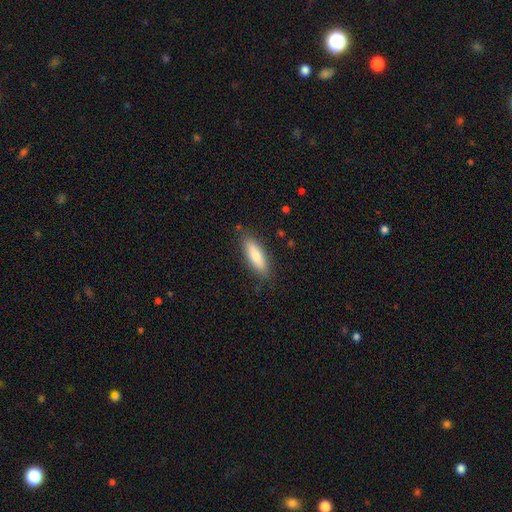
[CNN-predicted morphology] A smooth galaxy with no disk features (79%) that is in between round and cigar-shaped (50%).

Vote fractions:
- Smooth or featured? smooth: 79% / featured or disk: 16% / star or artifact: 6%
- How rounded? in between: 50% / cigar-shaped: 49% / round: 2%
- Merging? none: 84% / minor disturbance: 12% / major disturbance: 3% / merger: 1%